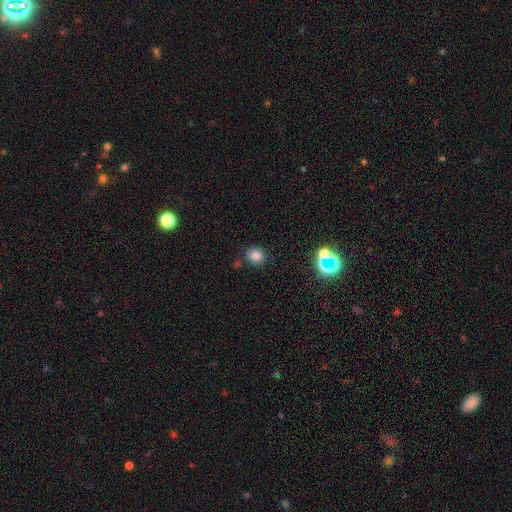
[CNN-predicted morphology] This is likely a smooth galaxy (79%). How rounded: likely round (73%). Merging: clearly none (82%).